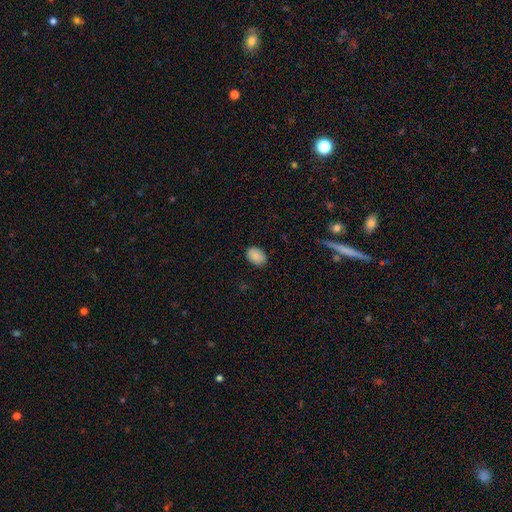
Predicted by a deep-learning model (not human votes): A smooth galaxy with no disk features (89%) that is in between round and cigar-shaped (80%).

Vote fractions:
- Smooth or featured? smooth: 89% / star or artifact: 8% / featured or disk: 4%
- How rounded? in between: 80% / round: 19% / cigar-shaped: 1%
- Merging? none: 86% / minor disturbance: 11% / major disturbance: 2% / merger: 1%